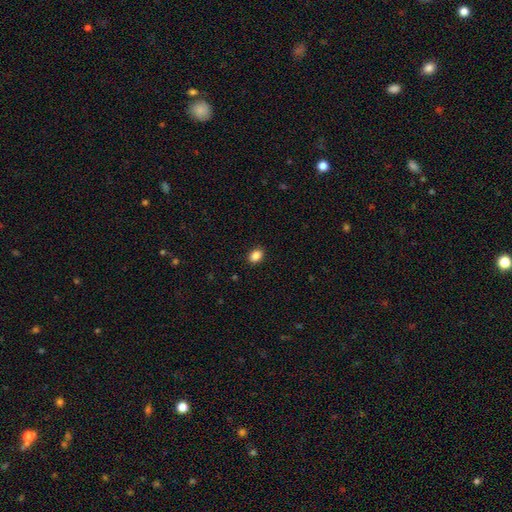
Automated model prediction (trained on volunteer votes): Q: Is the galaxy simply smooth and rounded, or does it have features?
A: smooth — 87%.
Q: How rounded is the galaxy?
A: in between — 77%.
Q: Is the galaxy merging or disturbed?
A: none — 90%.